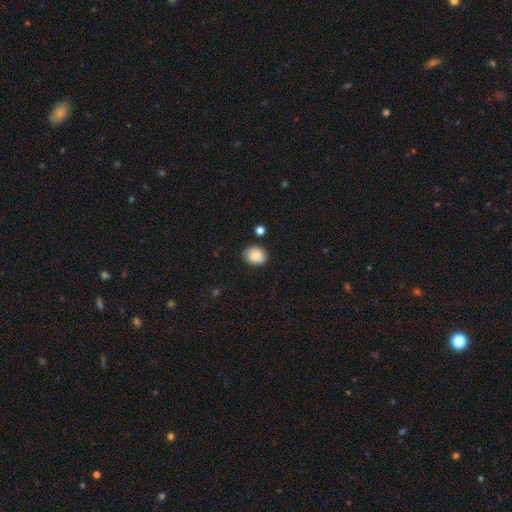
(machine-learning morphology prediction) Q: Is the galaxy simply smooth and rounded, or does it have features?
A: smooth — 85%.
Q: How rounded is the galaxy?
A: round — 55%.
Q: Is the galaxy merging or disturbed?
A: none — 83%.